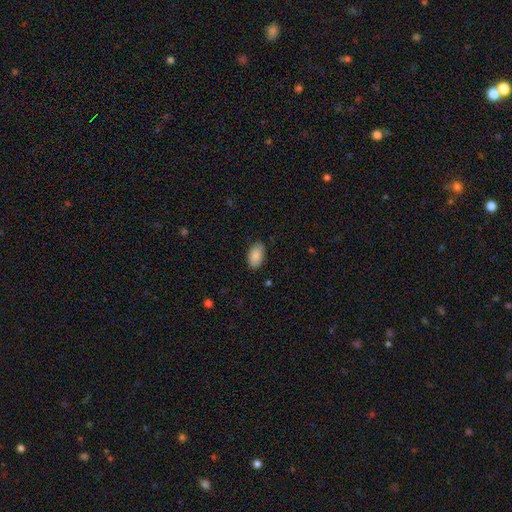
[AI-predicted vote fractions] This appears to be a smooth galaxy with no disk features (88%) that is in between round and cigar-shaped (94%). Merging: none (80%).